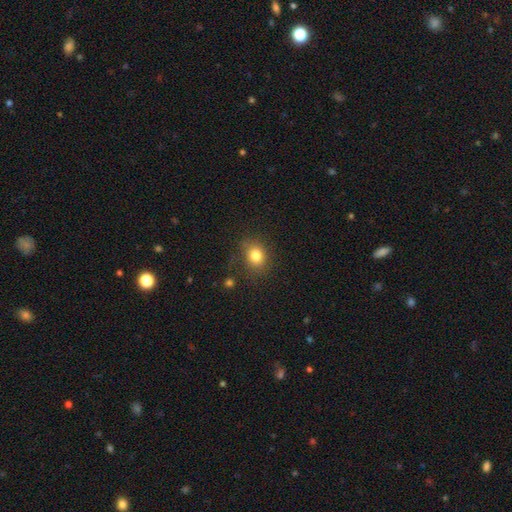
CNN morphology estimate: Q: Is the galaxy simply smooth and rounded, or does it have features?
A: smooth — 81%.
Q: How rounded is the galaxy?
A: round — 58%.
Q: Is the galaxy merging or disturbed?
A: none — 77%.